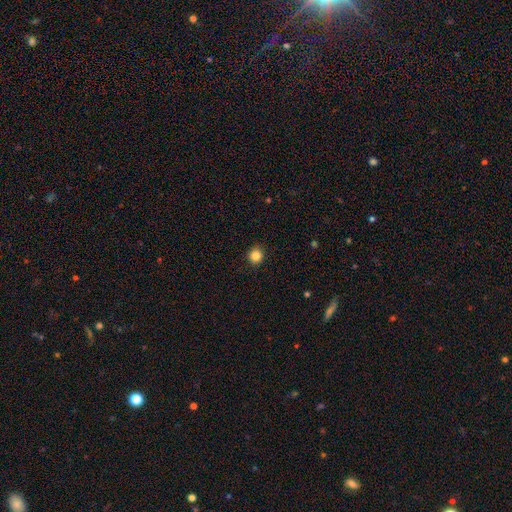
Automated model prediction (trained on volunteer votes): Smooth or featured: smooth — 84% (star or artifact — 11%)
How rounded: round — 91% (in between — 8%)
Merging: none — 91% (minor disturbance — 6%)